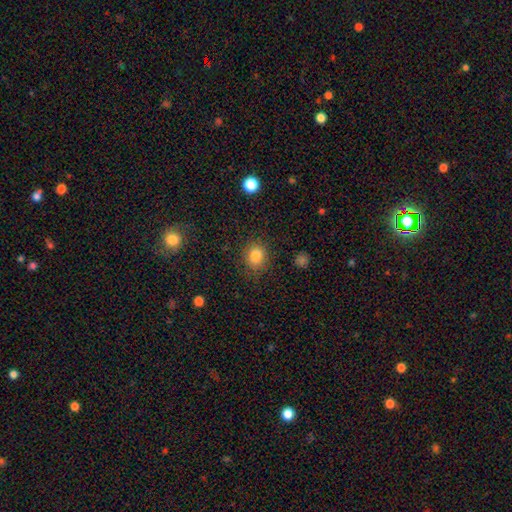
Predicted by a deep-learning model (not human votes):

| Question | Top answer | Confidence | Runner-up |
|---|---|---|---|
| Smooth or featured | smooth | 83% | star or artifact (11%) |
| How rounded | round | 74% | in between (25%) |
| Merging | none | 86% | minor disturbance (10%) |